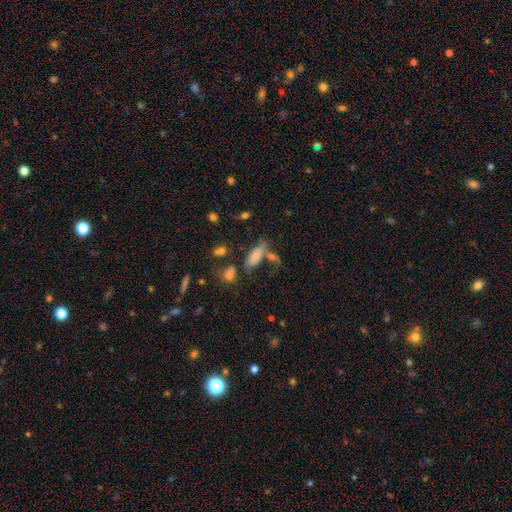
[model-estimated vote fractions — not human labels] This is likely a smooth galaxy (61%). How rounded: likely in between (68%). Merging: possibly none (46%).